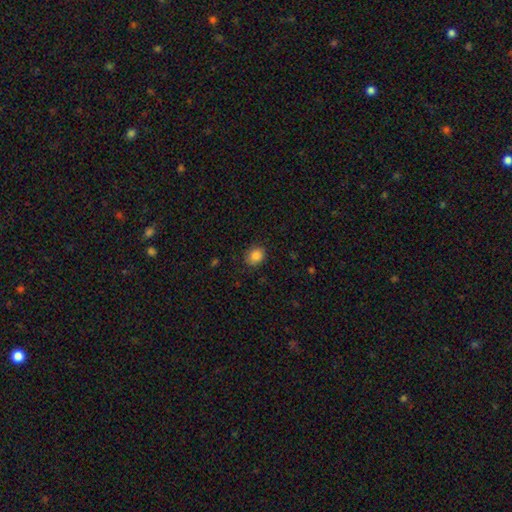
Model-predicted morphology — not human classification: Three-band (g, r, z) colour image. It shows a smooth galaxy with no disk features (86%) that is round (64%). Merging: none (83%).